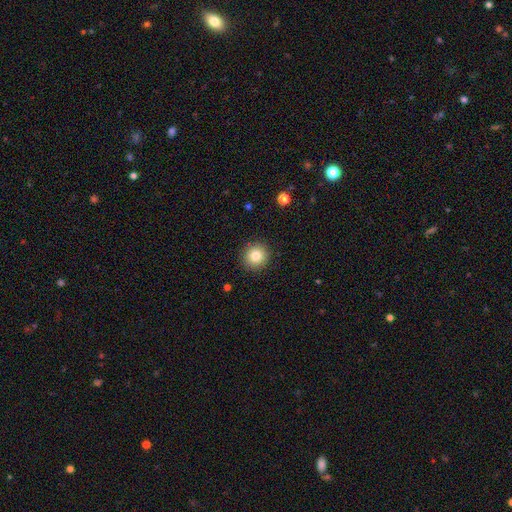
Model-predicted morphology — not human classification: Smooth or featured? Predicted: smooth (p=0.82). How rounded? Predicted: round (p=0.93). Merging? Predicted: none (p=0.91).